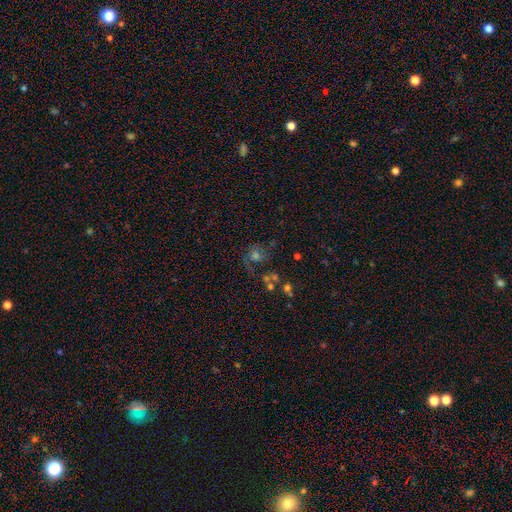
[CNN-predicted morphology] smooth_or_featured: featured or disk (p=0.42) [alt: smooth p=0.36]
merging: none (p=0.47) [alt: major disturbance p=0.21]